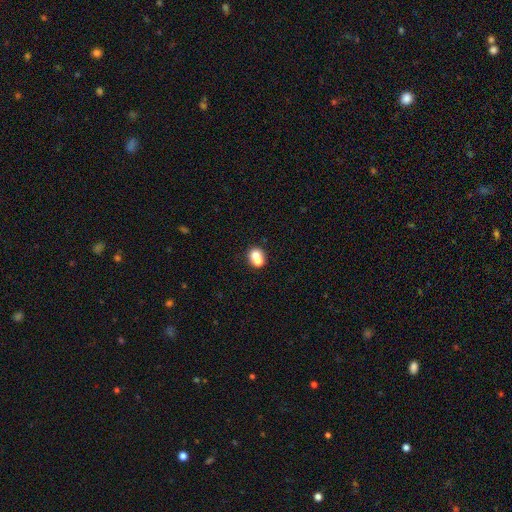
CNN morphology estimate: A smooth galaxy with no disk features (69%) that is round (59%). Merging: merger (54%).